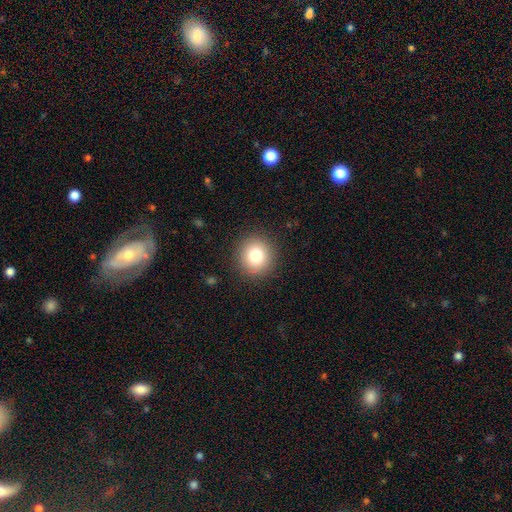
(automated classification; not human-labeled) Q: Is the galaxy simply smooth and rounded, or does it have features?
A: smooth — 79%.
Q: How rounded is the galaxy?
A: round — 91%.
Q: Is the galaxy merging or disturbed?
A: none — 90%.